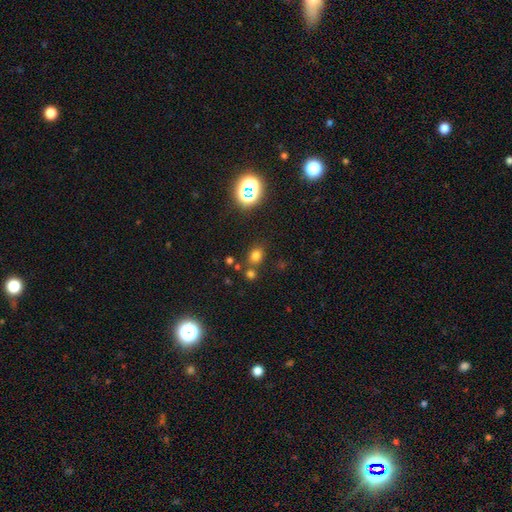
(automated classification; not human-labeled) A smooth galaxy with no disk features (71%) that is round (50%). Merging: none (72%).